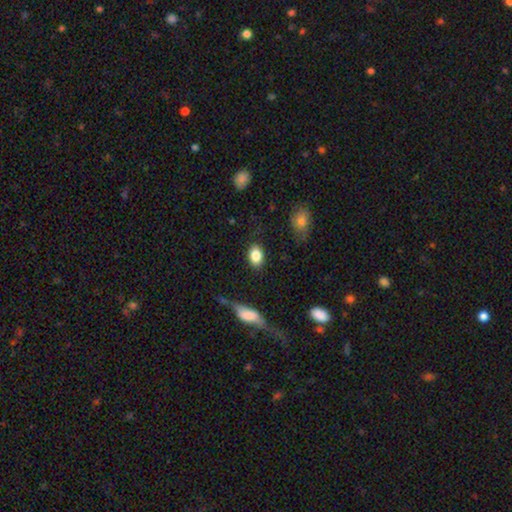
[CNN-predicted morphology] smooth_or_featured: smooth (p=0.85) [alt: star or artifact p=0.08]
how_rounded: in between (p=0.80) [alt: round p=0.18]
merging: none (p=0.83) [alt: minor disturbance p=0.12]